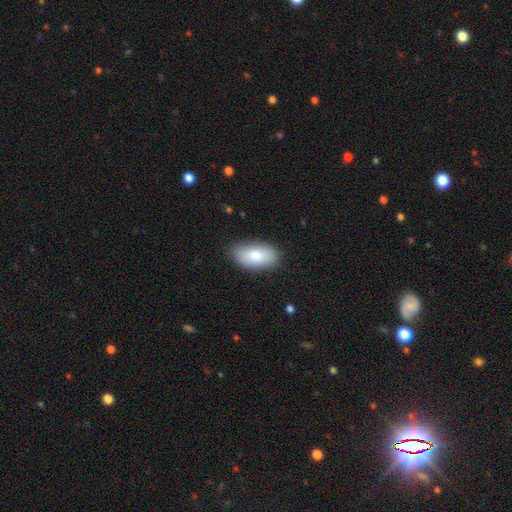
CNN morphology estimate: A smooth galaxy with no disk features (82%) that is in between round and cigar-shaped (94%).

Vote fractions:
- Smooth or featured? smooth: 82% / featured or disk: 12% / star or artifact: 6%
- How rounded? in between: 94% / round: 4% / cigar-shaped: 3%
- Merging? none: 83% / minor disturbance: 13% / major disturbance: 3% / merger: 1%